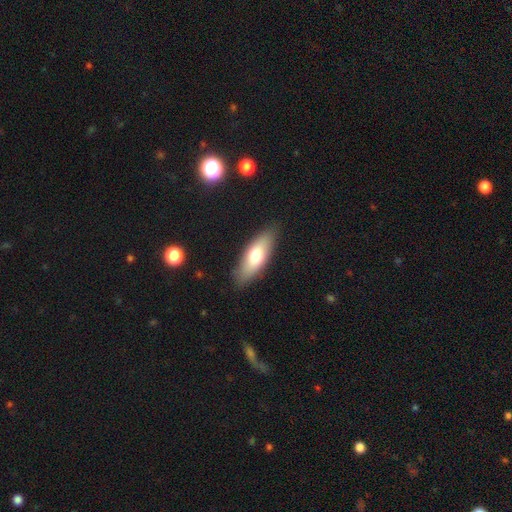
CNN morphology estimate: Smooth or featured? Predicted: smooth (p=0.69). How rounded? Predicted: in between (p=0.70). Merging? Predicted: none (p=0.85).